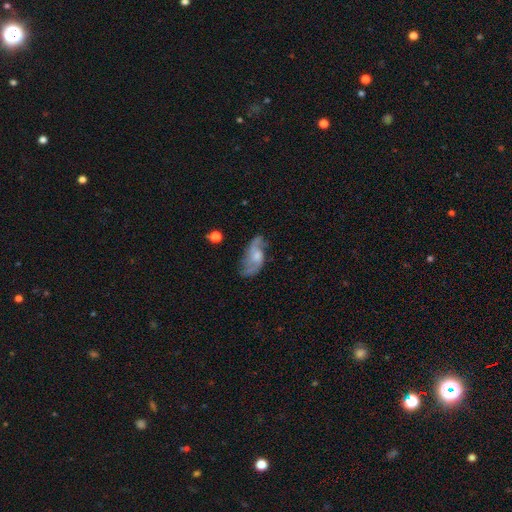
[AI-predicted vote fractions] Q: Smooth or featured?
A: featured or disk (66%); runner-up: smooth (26%)
Q: Edge-on disk?
A: no (93%); runner-up: yes (7%)
Q: Bar?
A: no (64%); runner-up: weak (31%)
Q: Spiral arms?
A: yes (84%); runner-up: no (16%)
Q: Spiral winding?
A: loose (53%); runner-up: medium (36%)
Q: Spiral arm count?
A: 2 (76%); runner-up: can't tell (12%)
Q: Bulge size?
A: moderate (41%); runner-up: small (25%)
Q: Merging?
A: none (57%); runner-up: minor disturbance (24%)